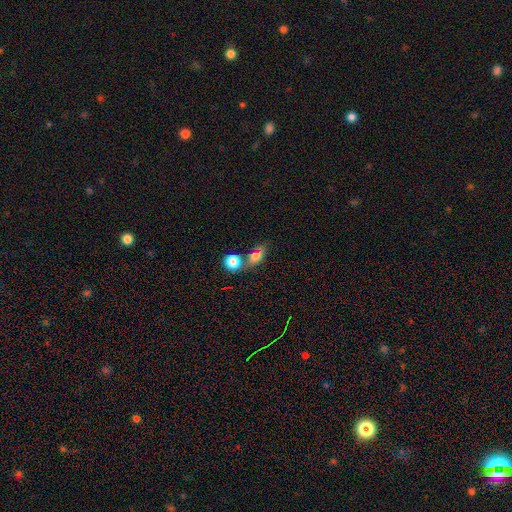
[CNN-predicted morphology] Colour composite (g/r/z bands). It shows a smooth galaxy with no disk features (74%) that is in between round and cigar-shaped (67%). Merging: merger (41%).